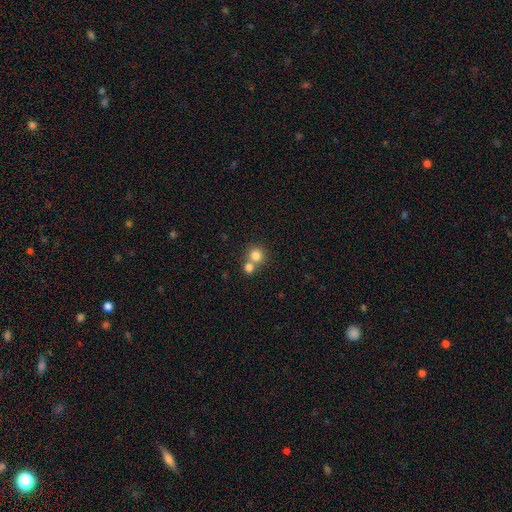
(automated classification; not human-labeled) This is clearly a smooth galaxy (81%). How rounded: clearly round (89%). Merging: possibly none (48%).